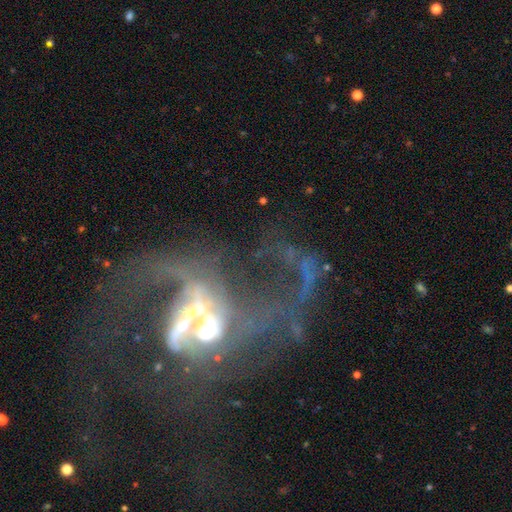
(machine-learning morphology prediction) smooth-or-featured: featured or disk: 76% | star or artifact: 15% | smooth: 8%
  disk-edge-on: no: 96% | yes: 4%
    bar: no: 40% | weak: 34% | strong: 26%
    has-spiral-arms: yes: 76% | no: 24%
      spiral-winding: loose: 72% | medium: 21% | tight: 6%
      spiral-arm-count: 2: 59% | 1: 16% | can't tell: 11% | 3: 7% | 4: 4% | more than 4: 4%
    bulge-size: moderate: 50% | small: 27% | large: 12% | none: 8% | dominant: 4%
  merging: major disturbance: 44% | merger: 25% | none: 22% | minor disturbance: 9%